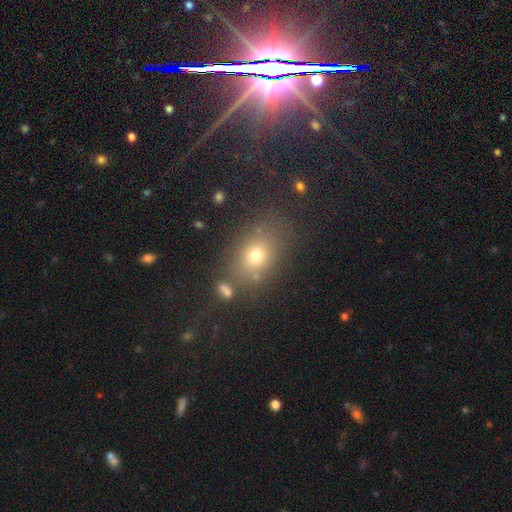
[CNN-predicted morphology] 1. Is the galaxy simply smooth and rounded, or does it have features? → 69% smooth, 18% star or artifact, 12% featured or disk.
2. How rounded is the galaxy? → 57% in between, 41% round, 2% cigar-shaped.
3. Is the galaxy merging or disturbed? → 73% none, 13% minor disturbance, 8% merger, 6% major disturbance.